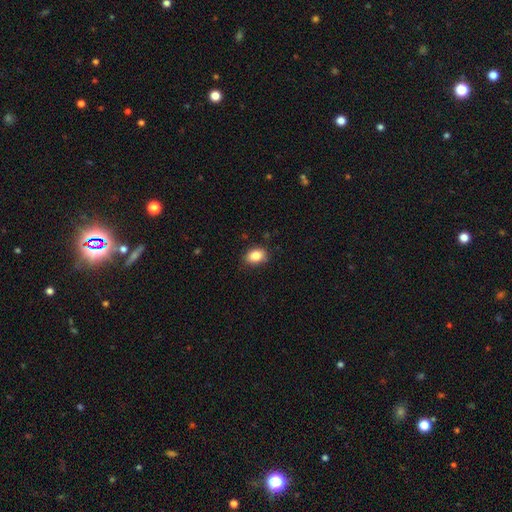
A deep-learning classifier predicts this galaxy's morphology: smooth 85%, star or artifact 9%, featured or disk 6%. Down the decision tree: how rounded — in between (72%); merging — none (82%).